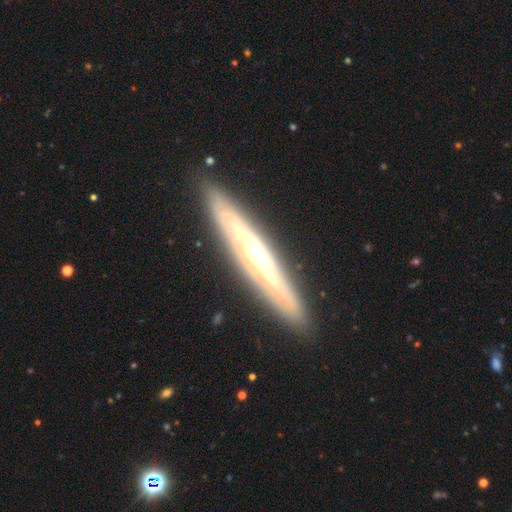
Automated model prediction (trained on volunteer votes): Smooth or featured? Predicted: featured or disk (p=0.74). Edge-on disk? Predicted: yes (p=0.83). Edge-on bulge? Predicted: rounded (p=0.75). Merging? Predicted: none (p=0.89).